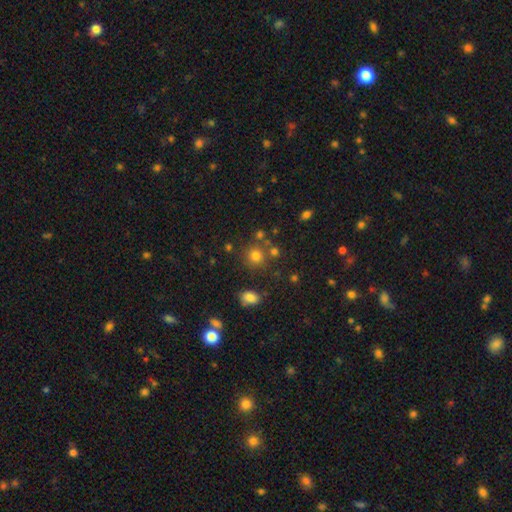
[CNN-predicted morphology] Smooth or featured: smooth — 75% (star or artifact — 17%)
How rounded: round — 87% (in between — 12%)
Merging: none — 73% (merger — 12%)